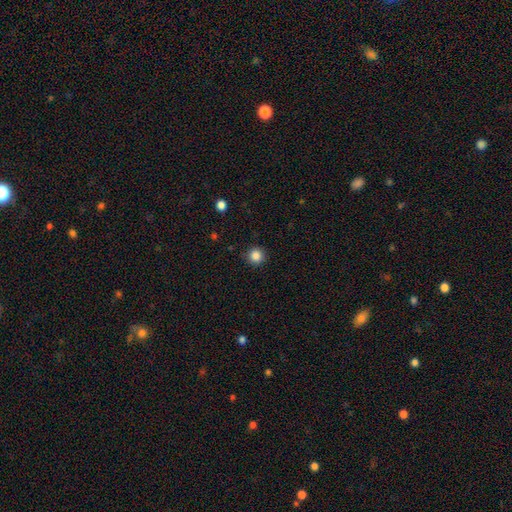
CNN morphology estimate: Q: Smooth or featured?
A: smooth (85%); runner-up: star or artifact (11%)
Q: How rounded?
A: round (95%); runner-up: in between (4%)
Q: Merging?
A: none (91%); runner-up: minor disturbance (6%)